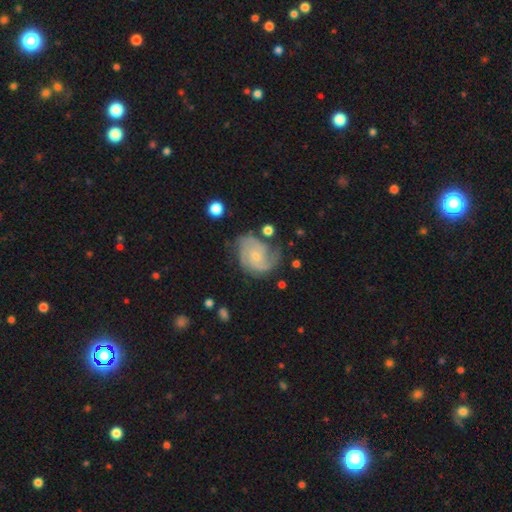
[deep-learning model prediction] The model was most divided on "spiral winding": medium: 44%, tight: 36%, loose: 20%. Remaining: edge-on disk — no (98%); spiral arms — yes (94%); smooth or featured — featured or disk (79%); bulge size — small (75%); bar — no (71%); merging — none (56%); spiral arm count — 2 (46%).